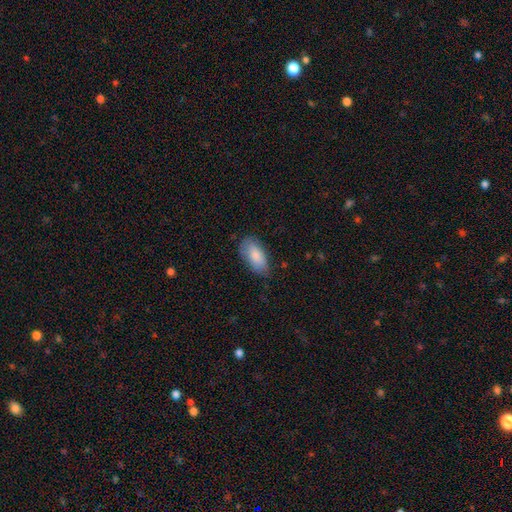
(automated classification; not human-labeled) The model was most divided on "merging": none: 71%, minor disturbance: 23%, major disturbance: 5%, merger: 1%. More confident: how rounded — in between (92%); smooth or featured — smooth (83%).